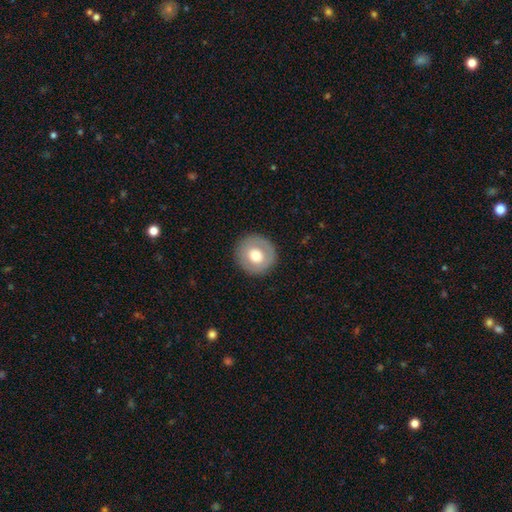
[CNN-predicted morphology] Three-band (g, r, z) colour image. It shows a smooth galaxy with no disk features (65%) that is round (94%). Merging: none (90%).